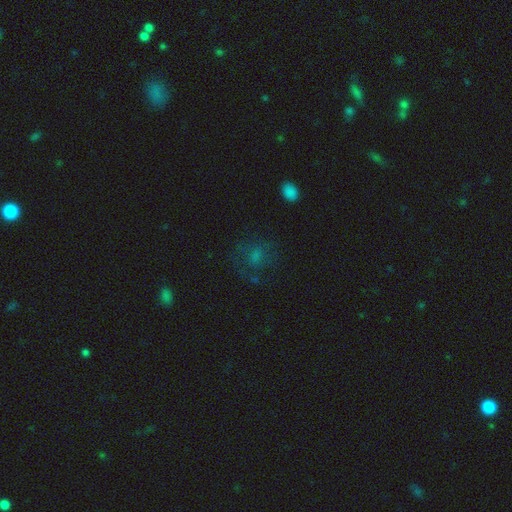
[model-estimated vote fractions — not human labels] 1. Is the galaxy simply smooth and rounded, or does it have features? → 53% smooth, 24% featured or disk, 23% star or artifact.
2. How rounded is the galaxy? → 69% round, 29% in between, 1% cigar-shaped.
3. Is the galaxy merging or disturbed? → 60% none, 19% major disturbance, 19% minor disturbance, 3% merger.